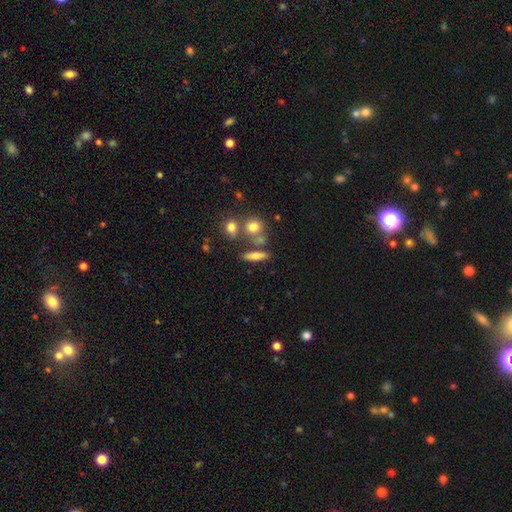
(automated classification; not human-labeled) smooth-or-featured: smooth: 69% | featured or disk: 20% | star or artifact: 11%
  how-rounded: cigar-shaped: 55% | in between: 34% | round: 11%
  merging: none: 67% | merger: 16% | minor disturbance: 12% | major disturbance: 5%